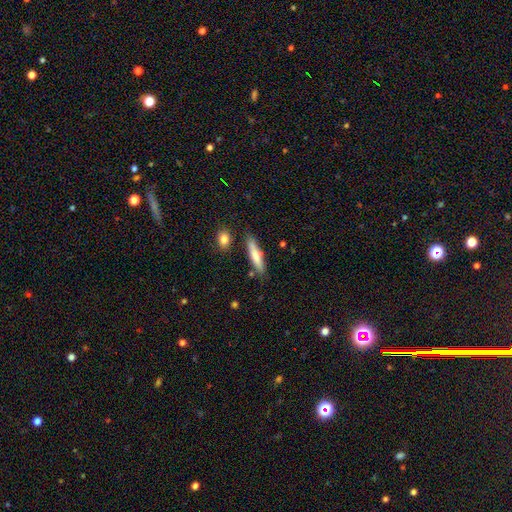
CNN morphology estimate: type=smooth (74%); roundness=cigar-shaped (83%); merging=none (81%).